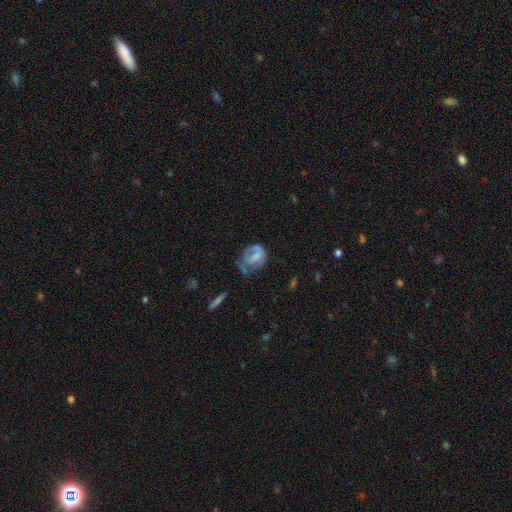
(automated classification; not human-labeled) This is possibly a smooth galaxy (50%). Merging: marginally none (33%).